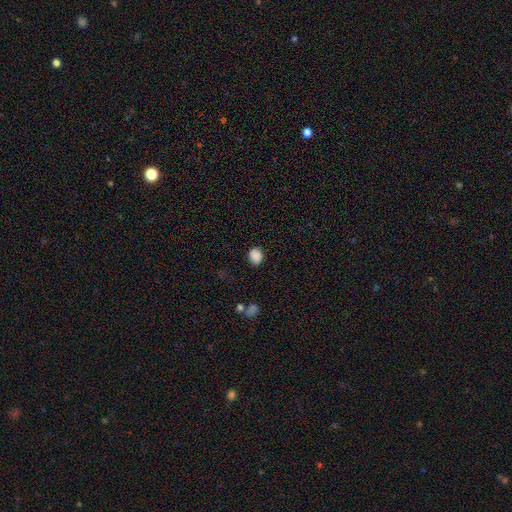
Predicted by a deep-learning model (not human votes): A smooth galaxy with no disk features (87%) that is in between round and cigar-shaped (53%). Merging: none (84%).